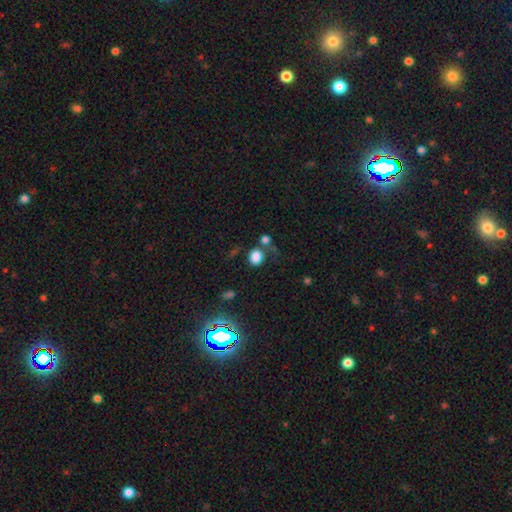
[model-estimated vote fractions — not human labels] smooth-or-featured: smooth: 80% | star or artifact: 12% | featured or disk: 8%
  how-rounded: round: 63% | in between: 36% | cigar-shaped: 1%
  merging: none: 52% | merger: 19% | minor disturbance: 15% | major disturbance: 14%